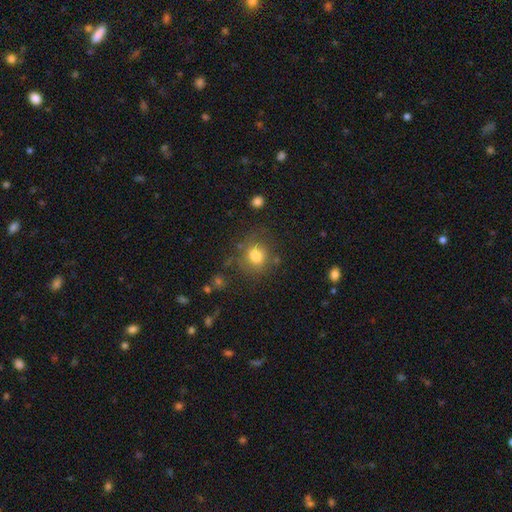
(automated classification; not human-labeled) smooth_or_featured: smooth (p=0.79) [alt: star or artifact p=0.11]
how_rounded: round (p=0.80) [alt: in between p=0.19]
merging: none (p=0.72) [alt: minor disturbance p=0.16]